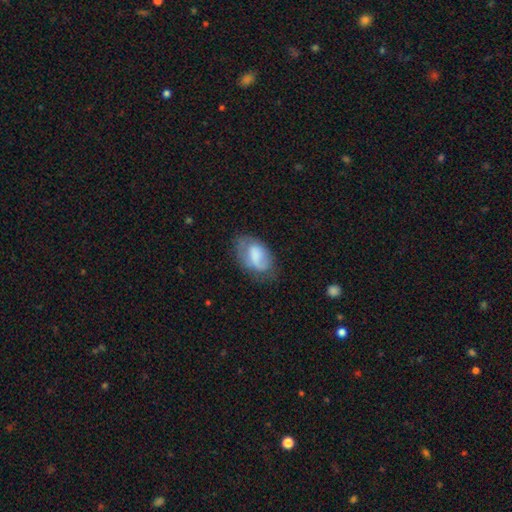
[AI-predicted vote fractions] Morphology: type=smooth (62%); roundness=in between (91%); merging=none (50%).